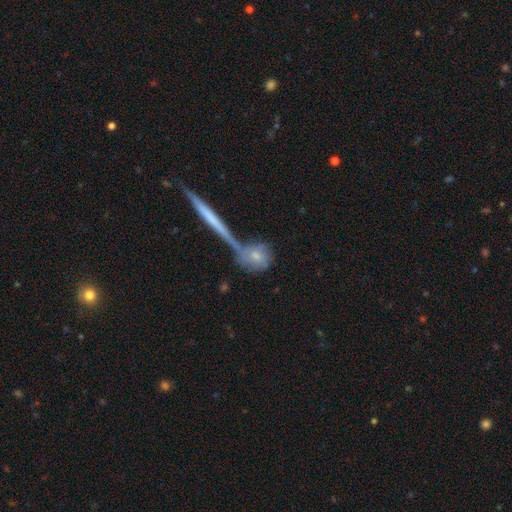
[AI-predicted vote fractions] Morphology: type=smooth (62%); roundness=round (58%); merging=none (46%).